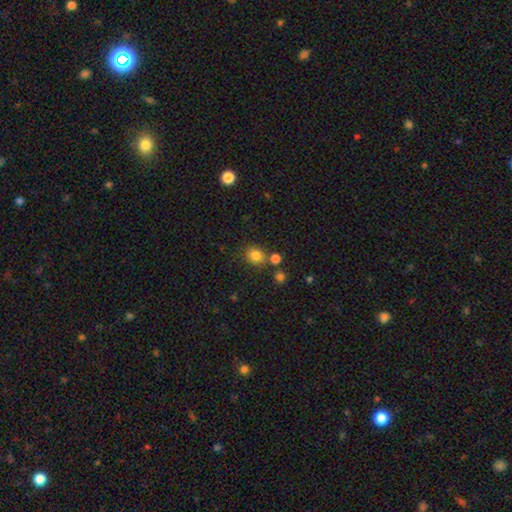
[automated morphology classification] A smooth galaxy with no disk features (82%) that is round (67%). Merging: none (73%).